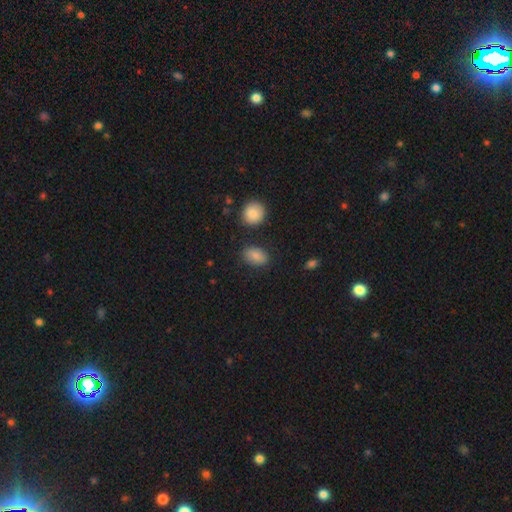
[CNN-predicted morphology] The model was most divided on "merging": none: 83%, minor disturbance: 11%, merger: 3%, major disturbance: 3%. More confident: how rounded — in between (86%); smooth or featured — smooth (84%).